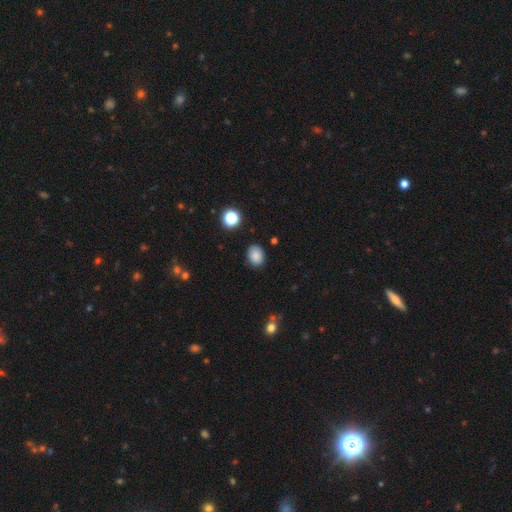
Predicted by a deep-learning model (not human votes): A smooth galaxy with no disk features (85%) that is in between round and cigar-shaped (56%).

Vote fractions:
- Smooth or featured? smooth: 85% / star or artifact: 11% / featured or disk: 5%
- How rounded? in between: 56% / round: 44% / cigar-shaped: 1%
- Merging? none: 85% / minor disturbance: 11% / major disturbance: 2% / merger: 2%